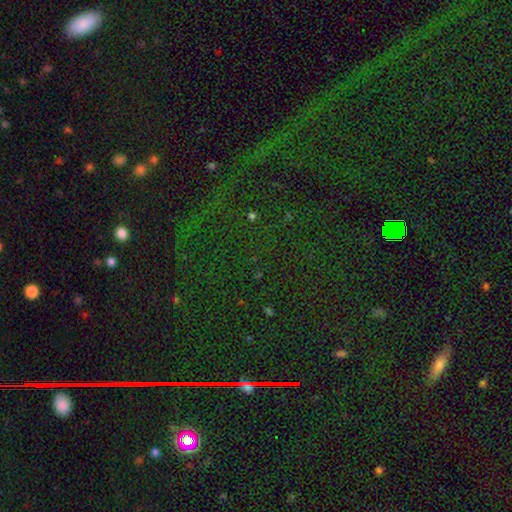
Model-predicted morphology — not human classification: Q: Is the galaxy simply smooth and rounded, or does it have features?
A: star or artifact — 81%.